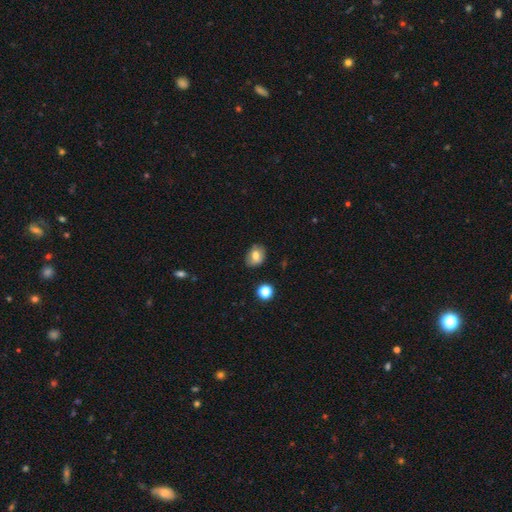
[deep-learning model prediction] This appears to be a smooth galaxy with no disk features (74%) that is in between round and cigar-shaped (59%). Merging: none (81%).